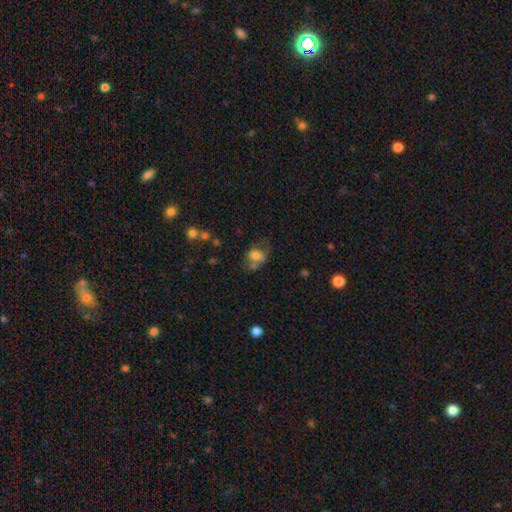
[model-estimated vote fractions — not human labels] Morphology: type=smooth (70%); roundness=in between (55%); merging=none (42%).